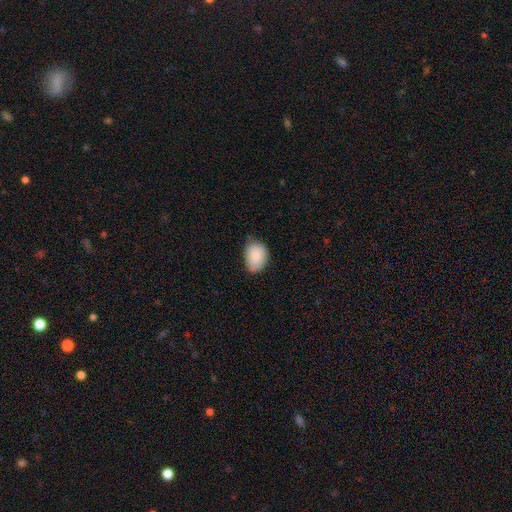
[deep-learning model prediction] Smooth or featured: smooth — 85% (featured or disk — 8%)
How rounded: in between — 72% (round — 27%)
Merging: none — 61% (minor disturbance — 32%)